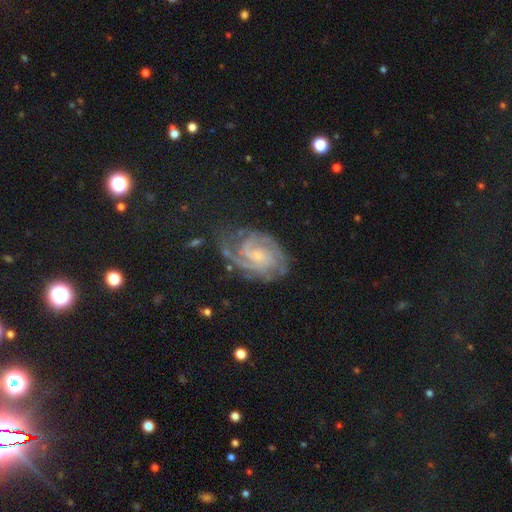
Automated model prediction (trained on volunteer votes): The model was most divided on "spiral arm count": 2: 38%, 3: 22%, can't tell: 20%, 4: 8%, 1: 6%, more than 4: 6%. More confident: edge-on disk — no (98%); spiral arms — yes (97%); smooth or featured — featured or disk (86%); bulge size — small (69%); merging — none (67%); spiral winding — tight (60%); bar — no (56%).